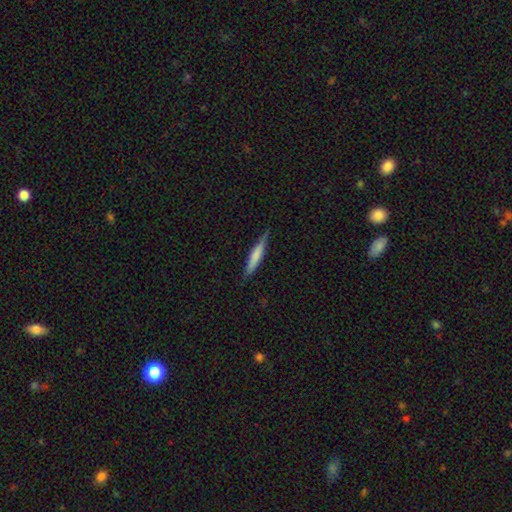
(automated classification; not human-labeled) Smooth or featured?
  - smooth: 65% *
  - featured or disk: 29%
  - star or artifact: 6%
How rounded?
  - cigar-shaped: 91% *
  - in between: 8%
  - round: 1%
Merging?
  - none: 83% *
  - minor disturbance: 14%
  - major disturbance: 2%
  - merger: 1%